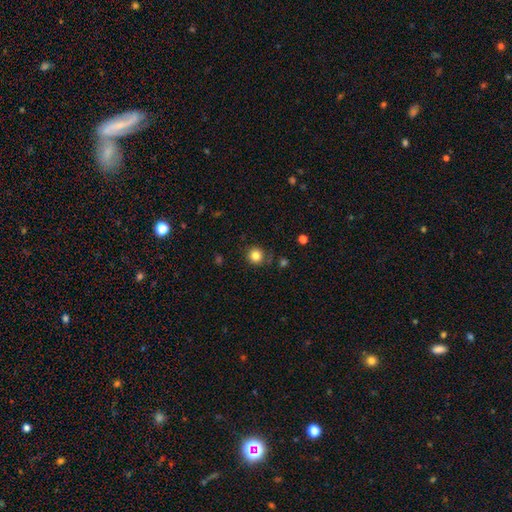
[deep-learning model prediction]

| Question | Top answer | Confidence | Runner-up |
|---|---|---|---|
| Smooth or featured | smooth | 83% | star or artifact (12%) |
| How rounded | round | 93% | in between (6%) |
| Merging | none | 82% | minor disturbance (11%) |